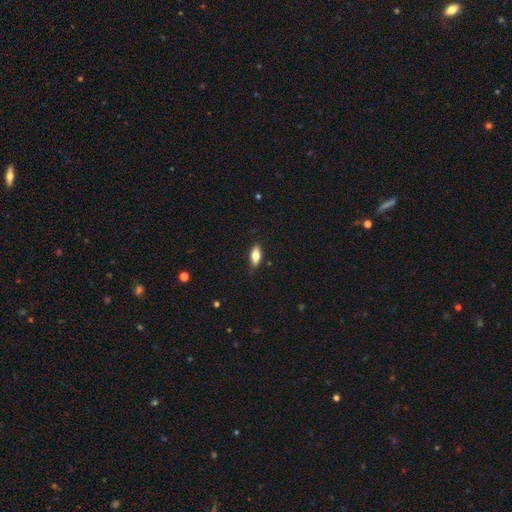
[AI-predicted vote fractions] Smooth or featured?
  - smooth: 66% *
  - featured or disk: 27%
  - star or artifact: 7%
How rounded?
  - in between: 75% *
  - cigar-shaped: 21%
  - round: 3%
Merging?
  - none: 83% *
  - minor disturbance: 13%
  - major disturbance: 3%
  - merger: 1%